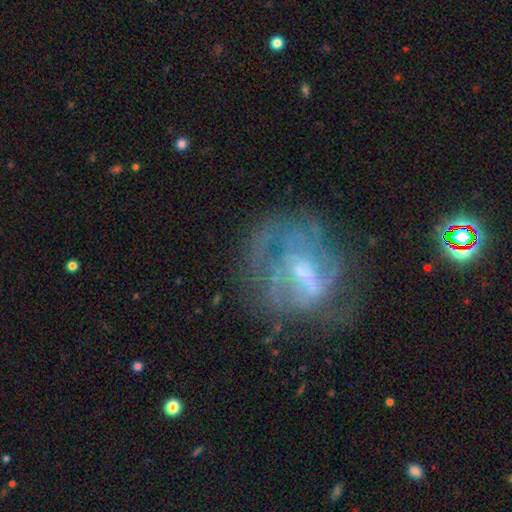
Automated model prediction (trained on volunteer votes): A featured or disk galaxy (68%) with no bar (44%), spiral arms (54%) and a small central bulge (43%).

Vote fractions:
- Smooth or featured? featured or disk: 68% / smooth: 19% / star or artifact: 12%
- Edge-on disk? no: 97% / yes: 3%
- Bar? no: 44% / weak: 43% / strong: 13%
- Spiral arms? yes: 54% / no: 46%
- Bulge size? small: 43% / moderate: 30% / none: 22% / large: 4% / dominant: 1%
- Merging? none: 50% / major disturbance: 27% / minor disturbance: 20% / merger: 3%